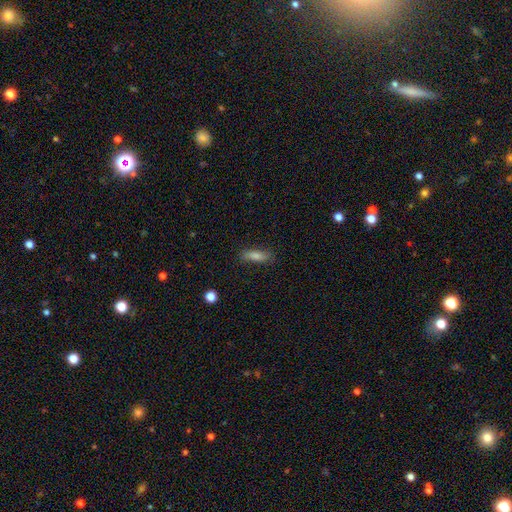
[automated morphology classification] smooth_or_featured: smooth (p=0.76) [alt: featured or disk p=0.14]
how_rounded: cigar-shaped (p=0.54) [alt: in between p=0.43]
merging: none (p=0.83) [alt: minor disturbance p=0.12]